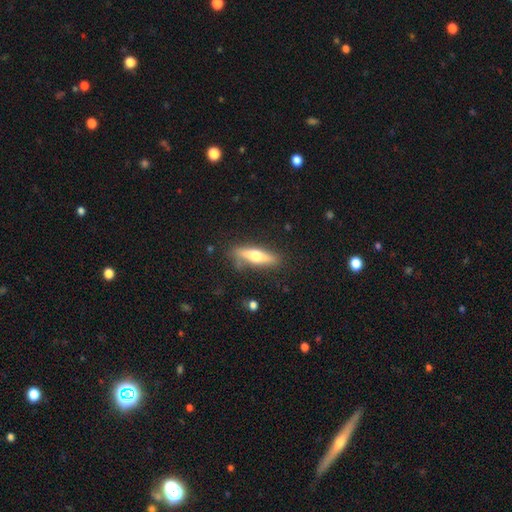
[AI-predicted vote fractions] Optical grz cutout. It shows a smooth galaxy with no disk features (48%). Merging: none (82%).